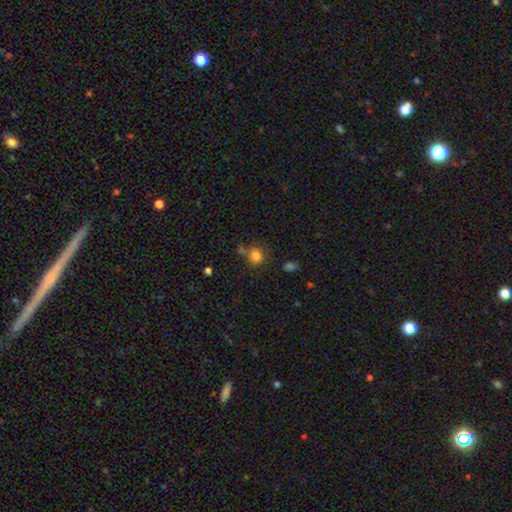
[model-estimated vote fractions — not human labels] smooth 81%, star or artifact 12%, featured or disk 7%. Down the decision tree: how rounded — round (78%); merging — none (61%).